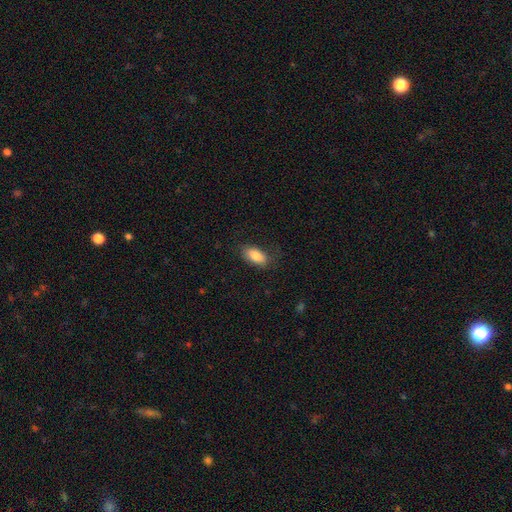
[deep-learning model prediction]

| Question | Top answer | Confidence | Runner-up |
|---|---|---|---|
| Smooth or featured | smooth | 85% | featured or disk (8%) |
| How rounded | in between | 90% | cigar-shaped (6%) |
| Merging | none | 75% | minor disturbance (18%) |